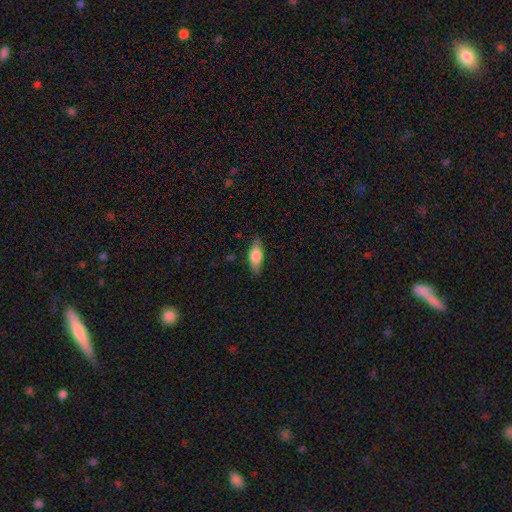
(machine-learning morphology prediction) smooth-or-featured: smooth: 71% | featured or disk: 23% | star or artifact: 7%
  how-rounded: in between: 69% | cigar-shaped: 28% | round: 3%
  merging: none: 83% | minor disturbance: 13% | major disturbance: 3% | merger: 1%